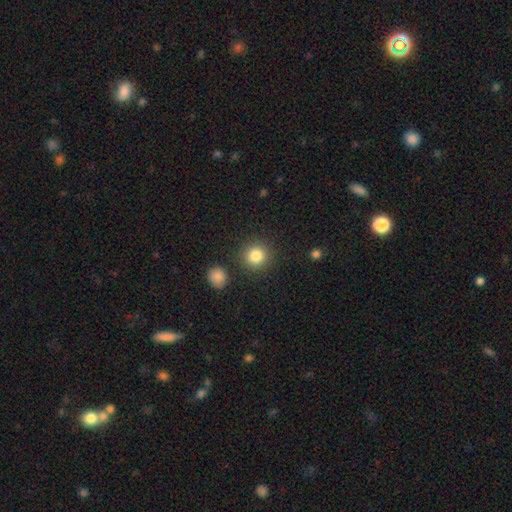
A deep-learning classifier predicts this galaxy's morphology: Q: Smooth or featured?
A: smooth (84%); runner-up: star or artifact (10%)
Q: How rounded?
A: round (92%); runner-up: in between (7%)
Q: Merging?
A: none (86%); runner-up: minor disturbance (7%)